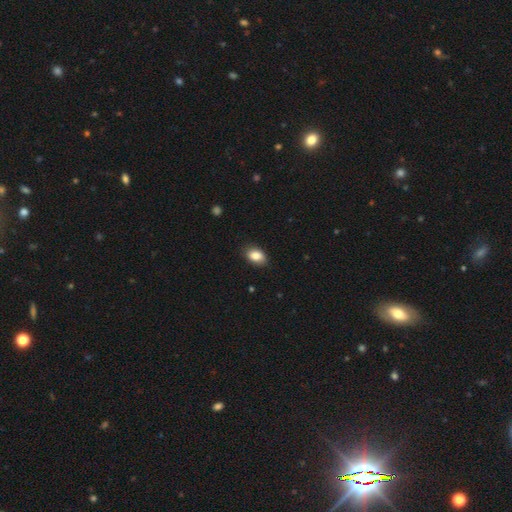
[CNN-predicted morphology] This is clearly a smooth galaxy (86%). How rounded: clearly in between (87%). Merging: clearly none (85%).